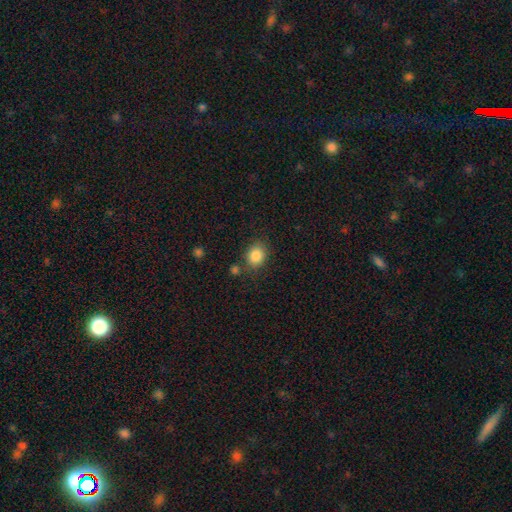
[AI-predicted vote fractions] smooth 85%, star or artifact 9%, featured or disk 5%. Down the decision tree: how rounded — round (53%); merging — none (76%).